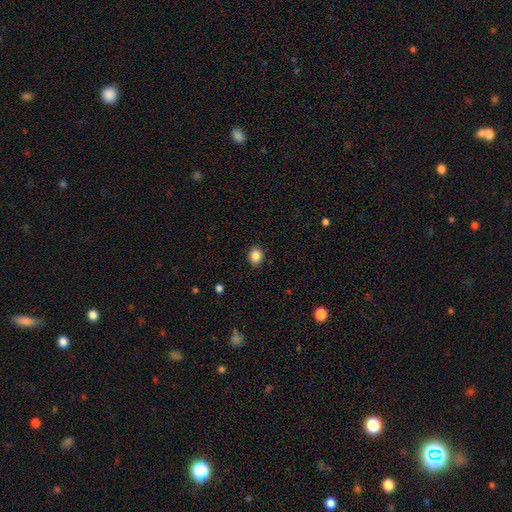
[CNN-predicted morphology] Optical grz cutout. It shows a smooth galaxy with no disk features (86%) that is round (54%). Merging: none (89%).